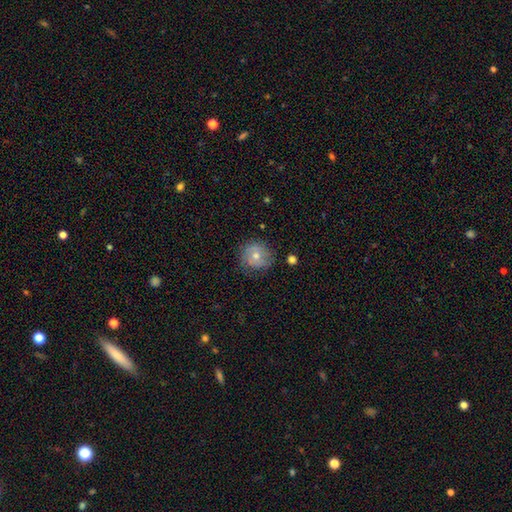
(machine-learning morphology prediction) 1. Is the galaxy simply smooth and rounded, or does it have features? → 59% smooth, 31% featured or disk, 9% star or artifact.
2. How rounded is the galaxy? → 89% round, 10% in between, 1% cigar-shaped.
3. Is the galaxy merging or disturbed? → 72% none, 20% minor disturbance, 6% major disturbance, 2% merger.